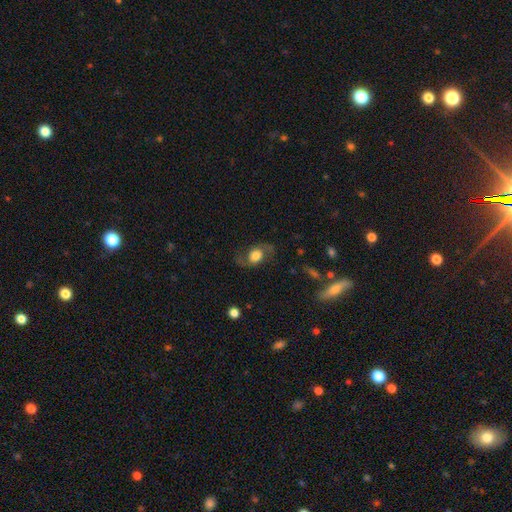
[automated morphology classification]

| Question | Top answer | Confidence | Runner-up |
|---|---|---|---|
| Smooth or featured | featured or disk | 48% | smooth (43%) |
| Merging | none | 66% | minor disturbance (18%) |